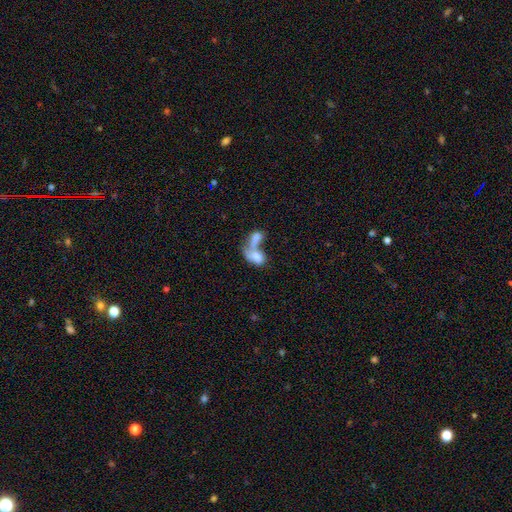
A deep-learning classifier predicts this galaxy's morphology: This appears to be a smooth galaxy with no disk features (68%) that is in between round and cigar-shaped (81%). Merging: merger (74%).